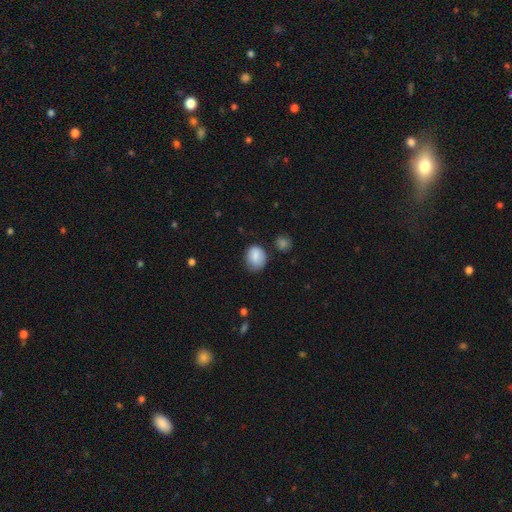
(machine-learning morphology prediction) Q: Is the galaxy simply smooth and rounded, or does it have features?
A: smooth — 83%.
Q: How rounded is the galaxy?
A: in between — 54%.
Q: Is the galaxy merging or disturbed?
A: none — 65%.